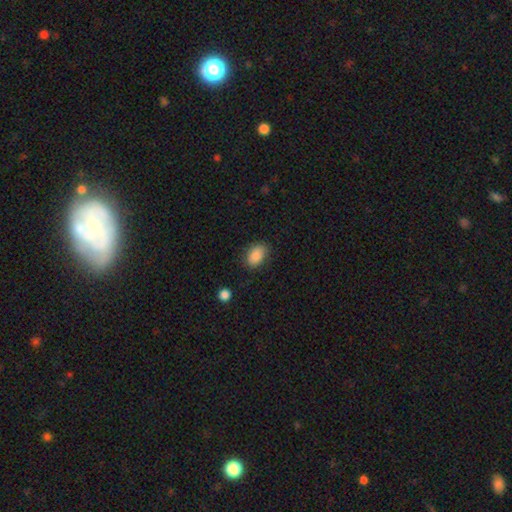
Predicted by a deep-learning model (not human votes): A smooth galaxy with no disk features (86%) that is in between round and cigar-shaped (85%). Merging: none (79%).